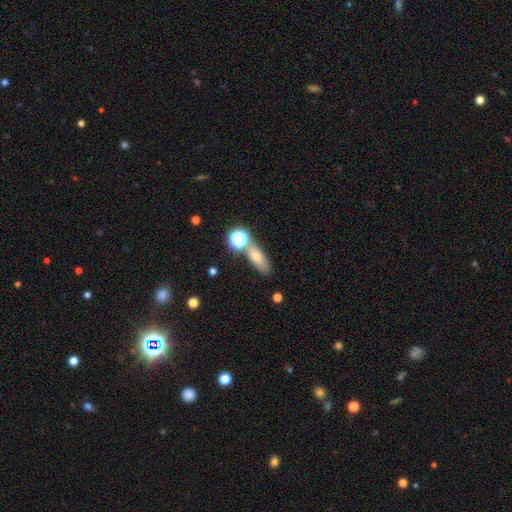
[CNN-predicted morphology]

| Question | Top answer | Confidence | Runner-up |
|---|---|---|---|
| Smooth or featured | smooth | 61% | featured or disk (20%) |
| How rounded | in between | 58% | cigar-shaped (28%) |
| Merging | none | 67% | merger (17%) |